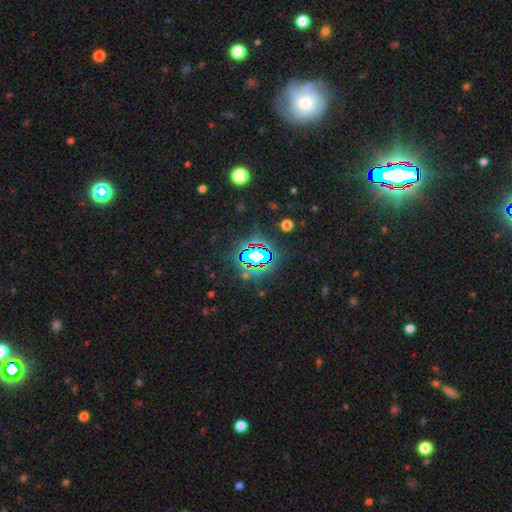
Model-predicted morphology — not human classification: A star or artifact, not a galaxy (73%).

Vote fractions:
- Smooth or featured? star or artifact: 73% / smooth: 15% / featured or disk: 12%